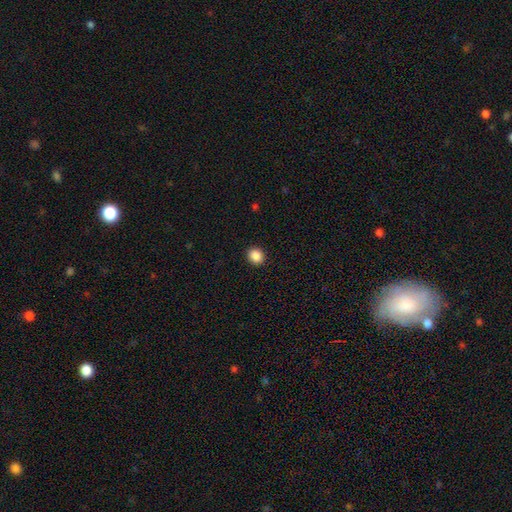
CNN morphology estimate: Q: Smooth or featured?
A: smooth (88%); runner-up: star or artifact (9%)
Q: How rounded?
A: round (78%); runner-up: in between (21%)
Q: Merging?
A: none (92%); runner-up: minor disturbance (5%)